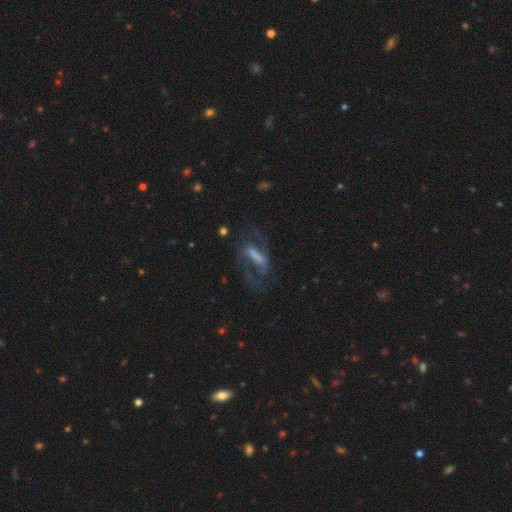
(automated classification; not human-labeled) Overall: featured or disk (60%; smooth 27%). Edge-on disk: no (82%). Merging: none (51%; major disturbance 28%).